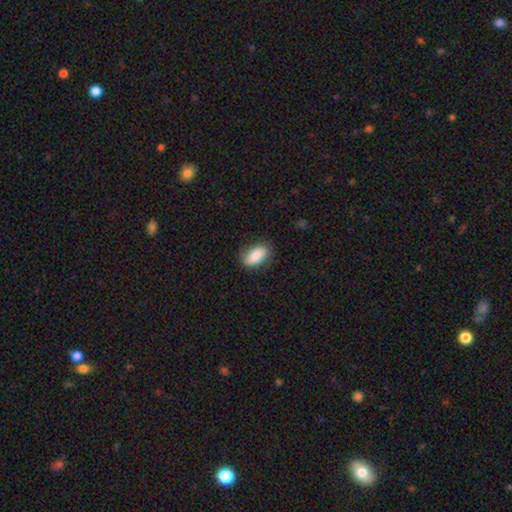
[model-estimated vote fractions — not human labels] A smooth galaxy with no disk features (78%) that is in between round and cigar-shaped (91%).

Vote fractions:
- Smooth or featured? smooth: 78% / featured or disk: 16% / star or artifact: 6%
- How rounded? in between: 91% / round: 5% / cigar-shaped: 4%
- Merging? none: 76% / minor disturbance: 18% / major disturbance: 5% / merger: 1%